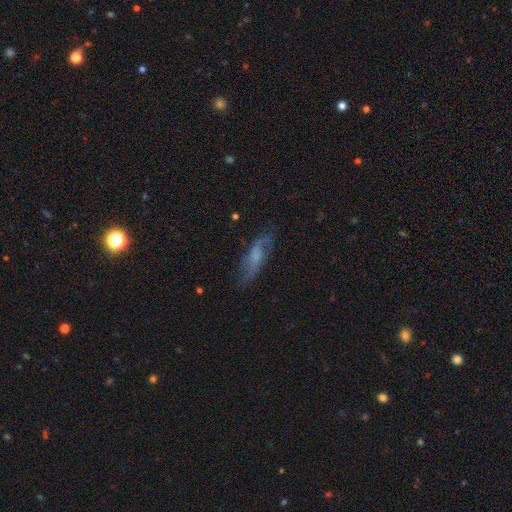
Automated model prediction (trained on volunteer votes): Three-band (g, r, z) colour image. It shows a featured or disk galaxy (51%). Merging: none (66%).